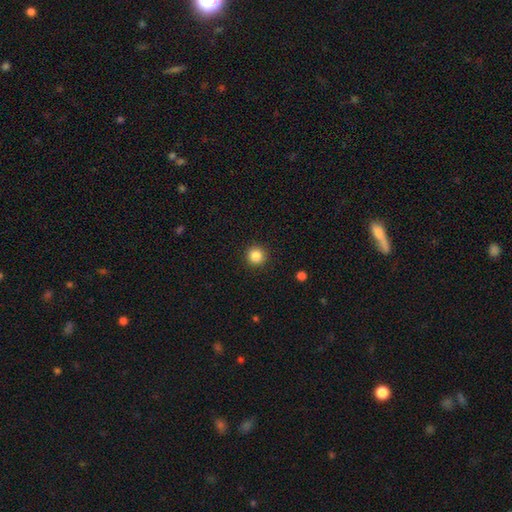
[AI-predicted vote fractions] A smooth galaxy with no disk features (85%) that is round (95%). Merging: none (92%).